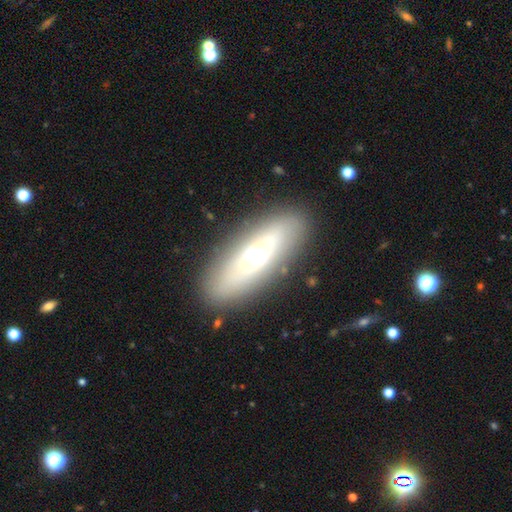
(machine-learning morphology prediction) smooth 52%, featured or disk 41%, star or artifact 8%. Down the decision tree: how rounded — in between (55%); merging — none (86%).